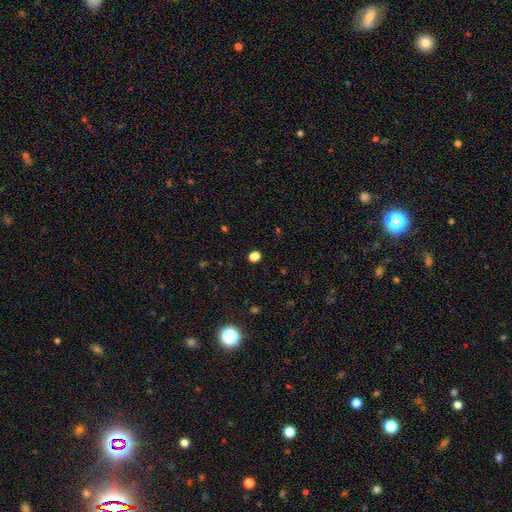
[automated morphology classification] Smooth or featured?
  - smooth: 72% *
  - star or artifact: 24%
  - featured or disk: 4%
How rounded?
  - round: 60% *
  - in between: 39%
  - cigar-shaped: 1%
Merging?
  - none: 88% *
  - minor disturbance: 8%
  - major disturbance: 3%
  - merger: 2%